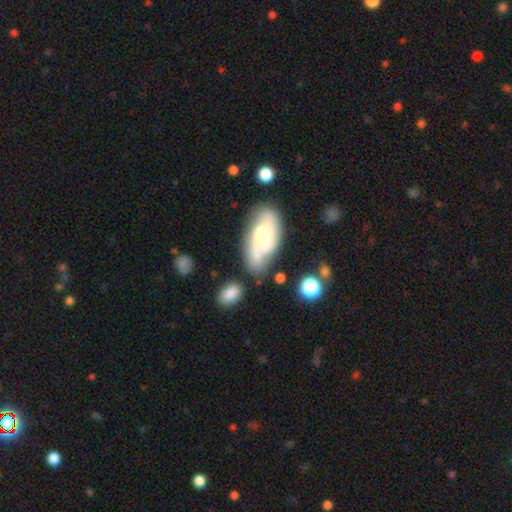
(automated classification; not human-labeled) smooth-or-featured: featured or disk: 60% | smooth: 33% | star or artifact: 7%
  disk-edge-on: no: 93% | yes: 7%
    bar: weak: 45% | no: 40% | strong: 15%
    has-spiral-arms: yes: 83% | no: 17%
    bulge-size: moderate: 51% | small: 29% | large: 14% | none: 4% | dominant: 2%
  merging: none: 58% | minor disturbance: 23% | major disturbance: 10% | merger: 9%